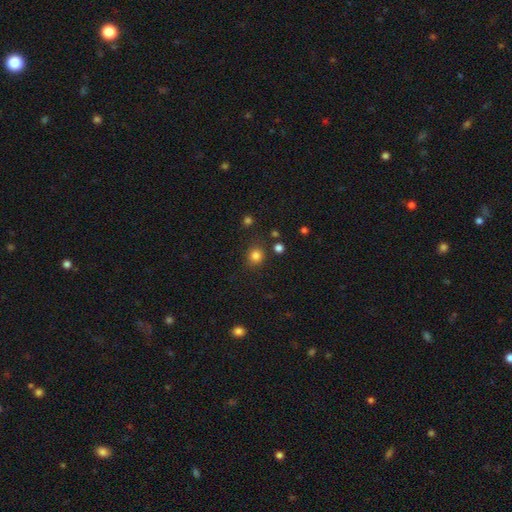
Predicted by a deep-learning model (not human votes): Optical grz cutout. It shows a smooth galaxy with no disk features (81%) that is round (81%). Merging: none (82%).